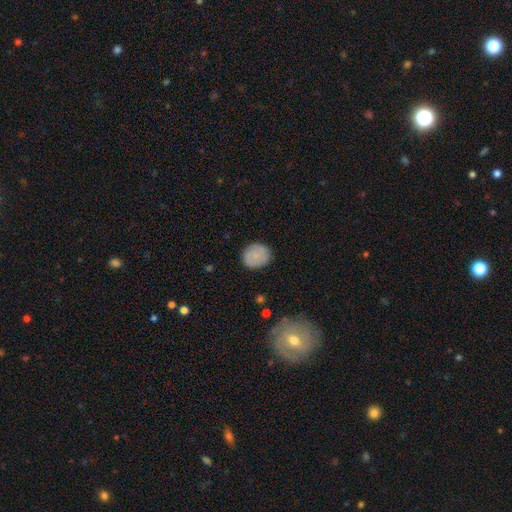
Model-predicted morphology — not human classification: This is clearly a smooth galaxy (82%). How rounded: clearly round (82%). Merging: clearly none (86%).